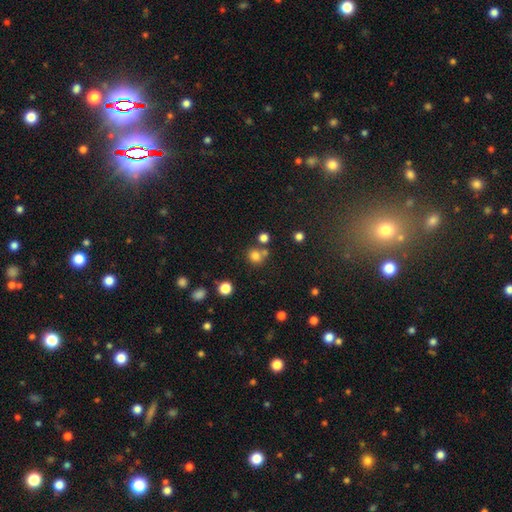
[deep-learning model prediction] smooth 77%, star or artifact 16%, featured or disk 7%. Down the decision tree: how rounded — round (85%); merging — none (64%).